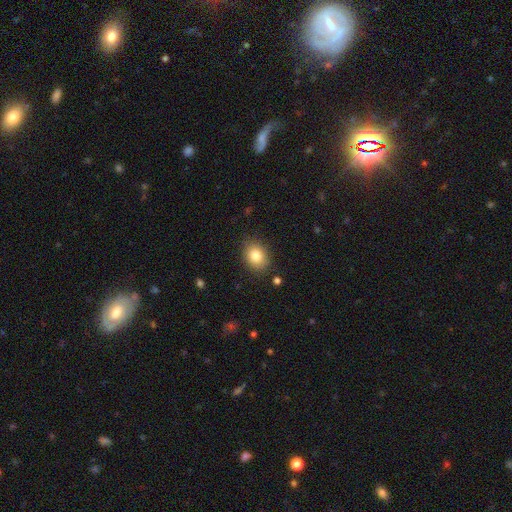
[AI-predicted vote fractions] Q: Smooth or featured?
A: smooth (83%); runner-up: star or artifact (9%)
Q: How rounded?
A: in between (59%); runner-up: round (40%)
Q: Merging?
A: none (85%); runner-up: minor disturbance (11%)